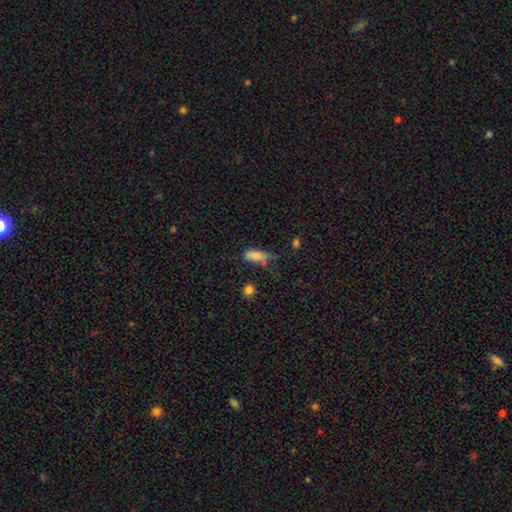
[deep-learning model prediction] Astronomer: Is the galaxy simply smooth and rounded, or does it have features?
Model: smooth — 77%.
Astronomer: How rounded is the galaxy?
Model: in between — 72%.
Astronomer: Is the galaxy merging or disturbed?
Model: none — 44% (runner-up: minor disturbance, 32%).